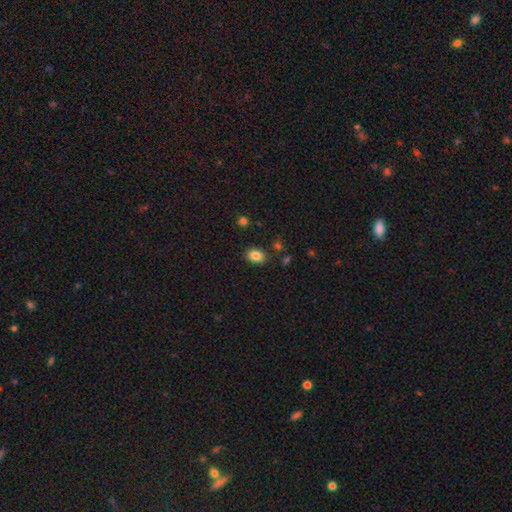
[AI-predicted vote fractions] Smooth or featured? Predicted: smooth (p=0.85). How rounded? Predicted: in between (p=0.73). Merging? Predicted: none (p=0.85).